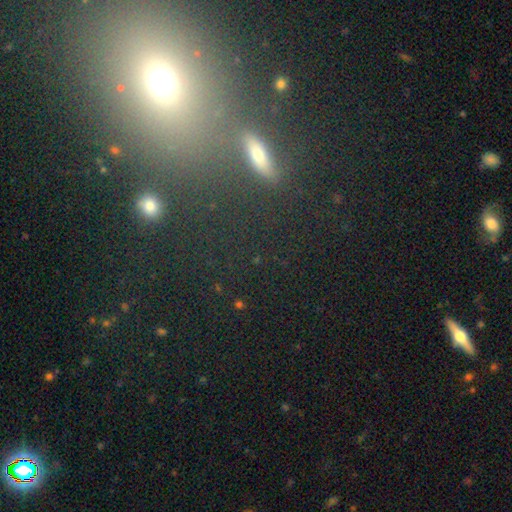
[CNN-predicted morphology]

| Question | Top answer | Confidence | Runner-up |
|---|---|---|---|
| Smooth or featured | star or artifact | 41% | smooth (38%) |